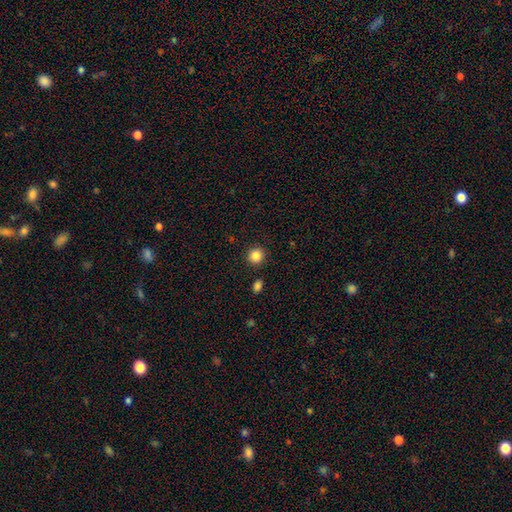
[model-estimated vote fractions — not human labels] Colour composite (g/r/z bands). It shows a smooth galaxy with no disk features (86%) that is round (91%). Merging: none (89%).